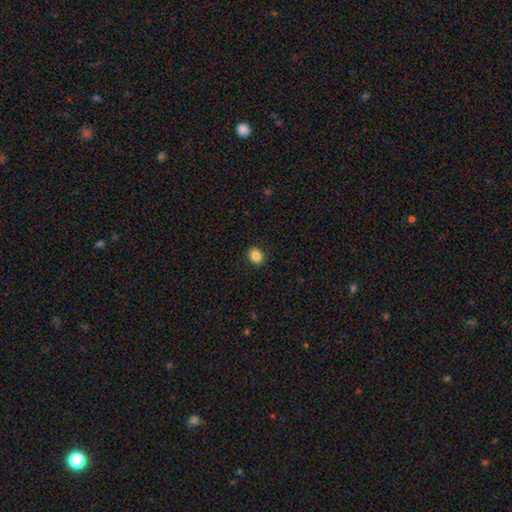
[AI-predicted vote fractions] Overall: smooth (84%). How rounded: round (68%; in between 31%). Merging: none (91%).